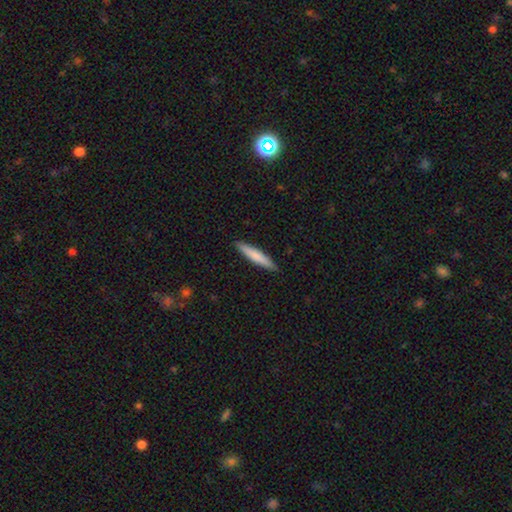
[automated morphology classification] This appears to be a smooth galaxy with no disk features (77%) that is cigar-shaped (91%). Merging: none (91%).